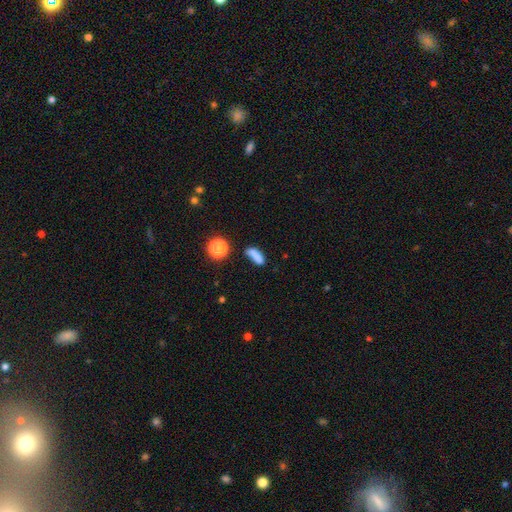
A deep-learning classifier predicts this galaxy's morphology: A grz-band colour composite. It shows a smooth galaxy with no disk features (78%) that is in between round and cigar-shaped (46%). Merging: none (61%).